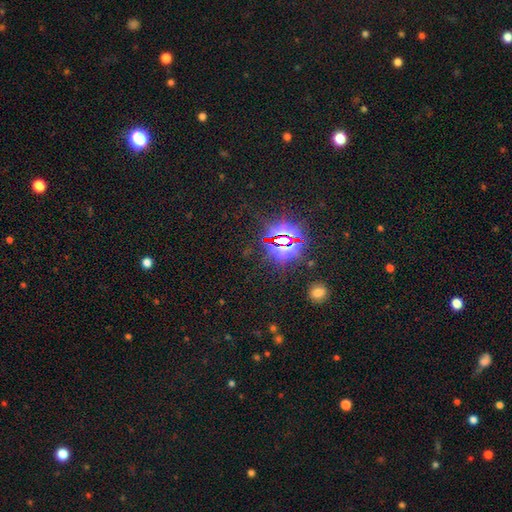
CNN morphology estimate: Smooth or featured? Predicted: star or artifact (p=0.83).